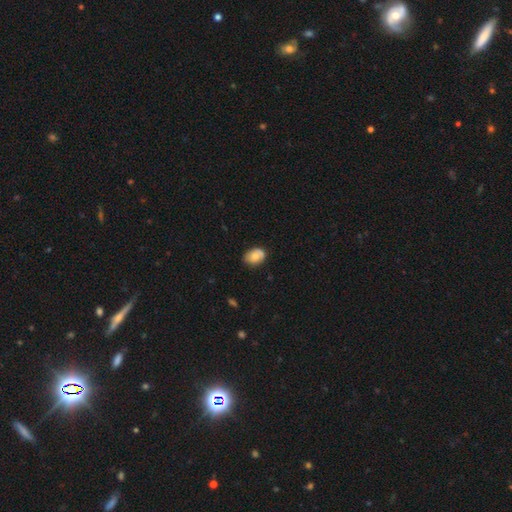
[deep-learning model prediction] smooth 74%, featured or disk 18%, star or artifact 8%. Down the decision tree: how rounded — in between (75%); merging — none (69%).